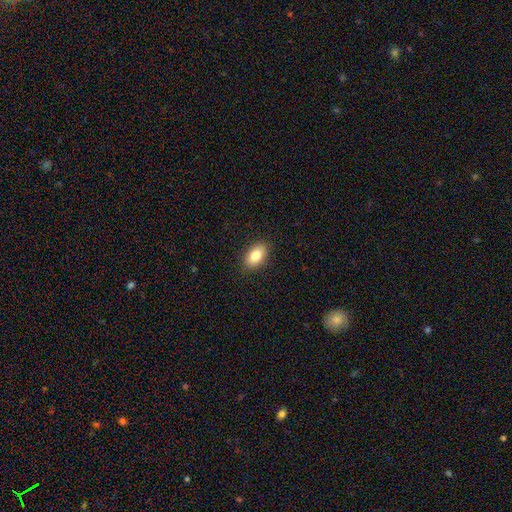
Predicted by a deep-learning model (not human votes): A smooth galaxy with no disk features (82%) that is in between round and cigar-shaped (90%). Merging: none (88%).